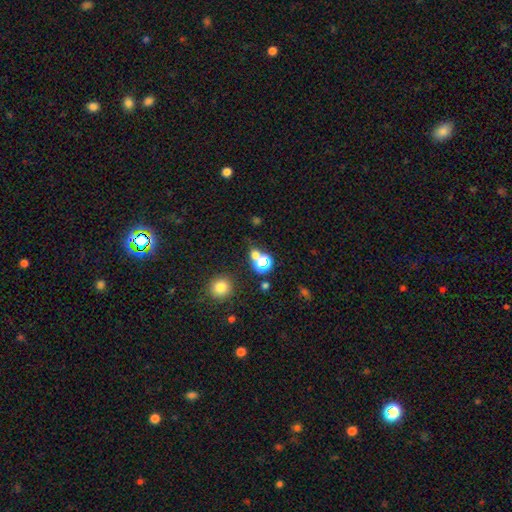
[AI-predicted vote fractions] Morphology: type=smooth (55%); roundness=round (67%); merging=none (58%).